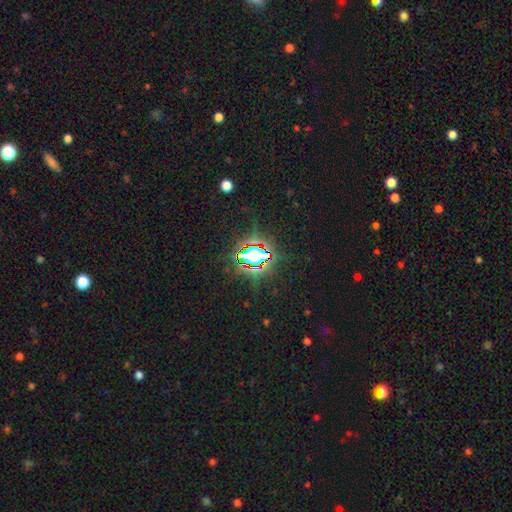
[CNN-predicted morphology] type=star or artifact (75%).